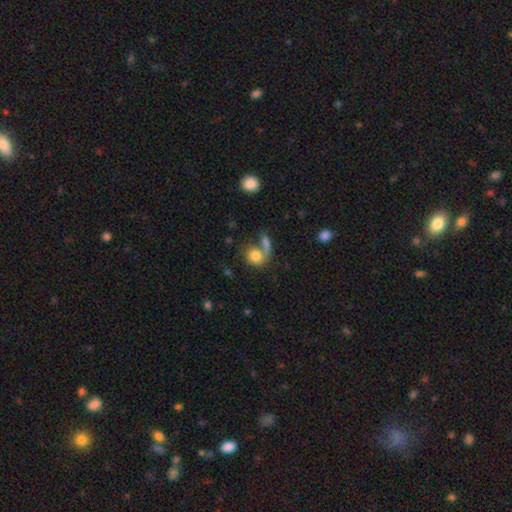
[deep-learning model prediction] This appears to be a smooth galaxy with no disk features (75%) that is round (73%). Merging: merger (40%).